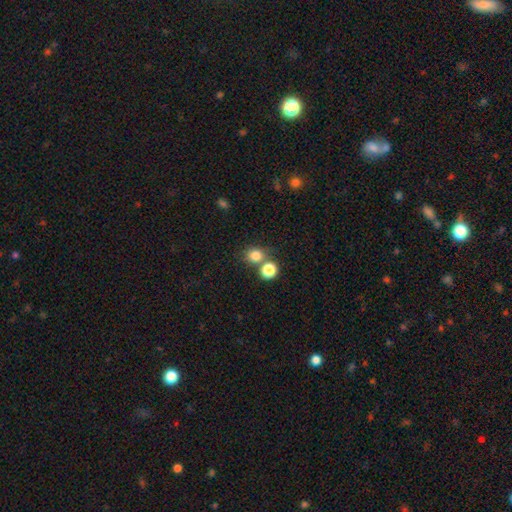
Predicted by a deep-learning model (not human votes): Morphology: type=smooth (80%); roundness=round (79%); merging=none (59%).